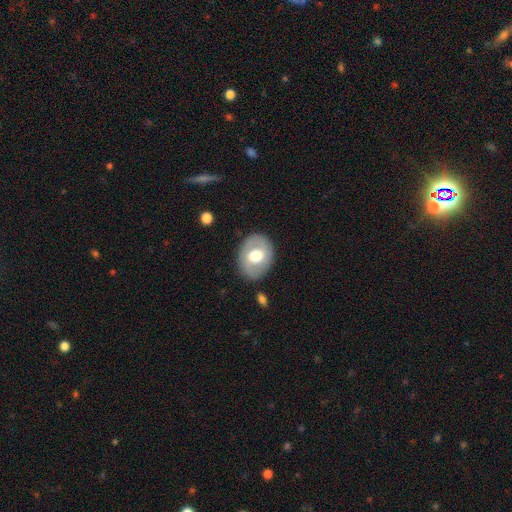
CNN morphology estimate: smooth-or-featured: smooth: 51% | featured or disk: 43% | star or artifact: 6%
  how-rounded: in between: 61% | round: 38% | cigar-shaped: 1%
  merging: none: 82% | minor disturbance: 12% | major disturbance: 4% | merger: 2%